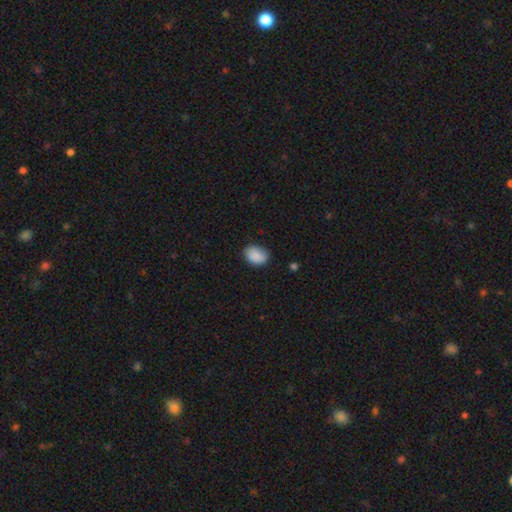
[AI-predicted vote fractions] This is clearly a smooth galaxy (89%). How rounded: likely in between (65%). Merging: likely none (77%).